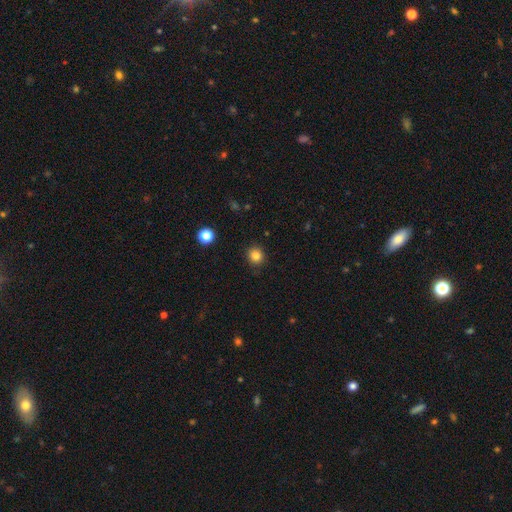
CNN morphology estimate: This is clearly a smooth galaxy (83%). How rounded: clearly round (89%). Merging: clearly none (90%).